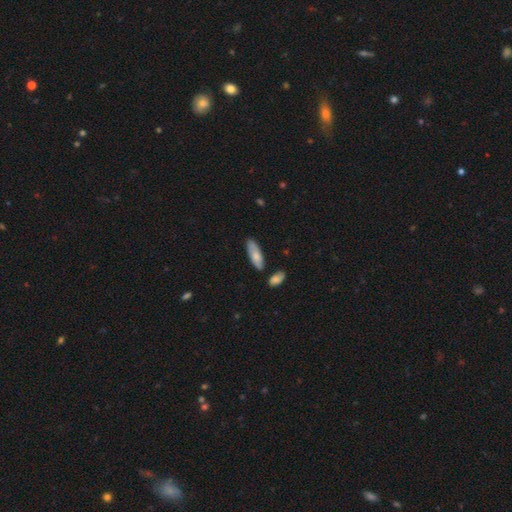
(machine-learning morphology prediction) A smooth galaxy with no disk features (72%) that is in between round and cigar-shaped (63%).

Vote fractions:
- Smooth or featured? smooth: 72% / featured or disk: 23% / star or artifact: 6%
- How rounded? in between: 63% / cigar-shaped: 35% / round: 2%
- Merging? none: 75% / minor disturbance: 16% / merger: 6% / major disturbance: 3%